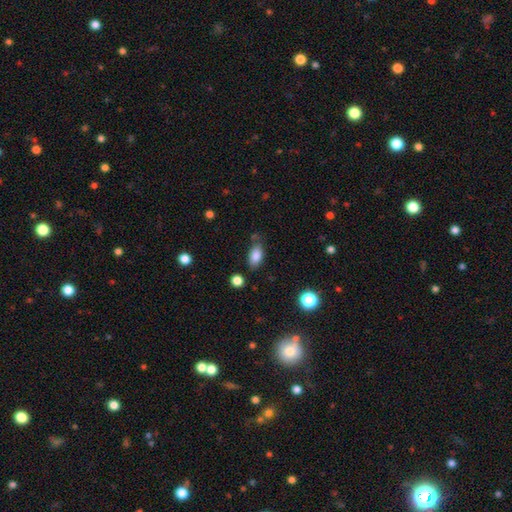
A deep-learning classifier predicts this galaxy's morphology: Smooth or featured? Predicted: smooth (p=0.86). How rounded? Predicted: in between (p=0.90). Merging? Predicted: none (p=0.71).